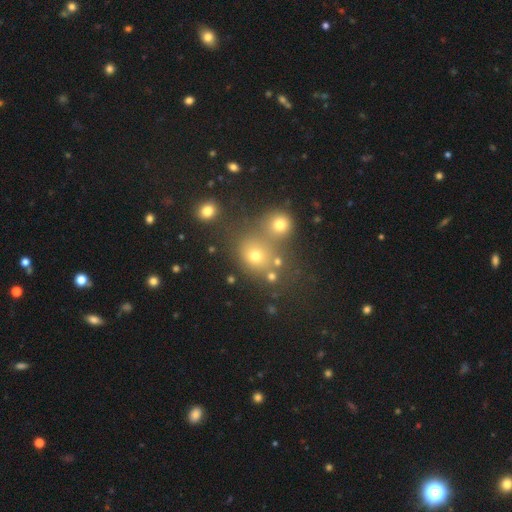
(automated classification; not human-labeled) A smooth galaxy with no disk features (67%) that is round (74%). Merging: none (54%).